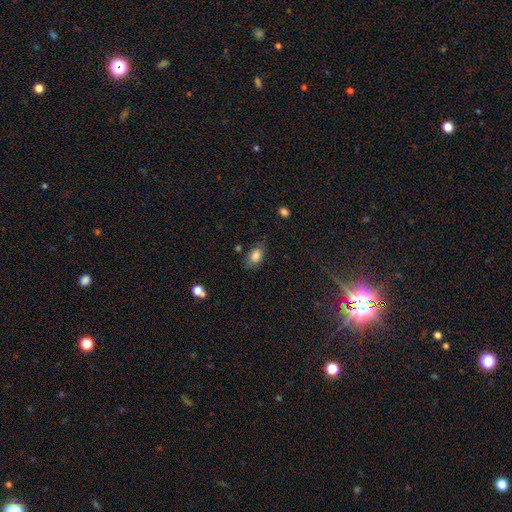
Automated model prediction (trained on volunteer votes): Smooth or featured?
  - smooth: 81% *
  - featured or disk: 10%
  - star or artifact: 9%
How rounded?
  - in between: 86% *
  - round: 12%
  - cigar-shaped: 2%
Merging?
  - none: 70% *
  - minor disturbance: 22%
  - major disturbance: 6%
  - merger: 2%